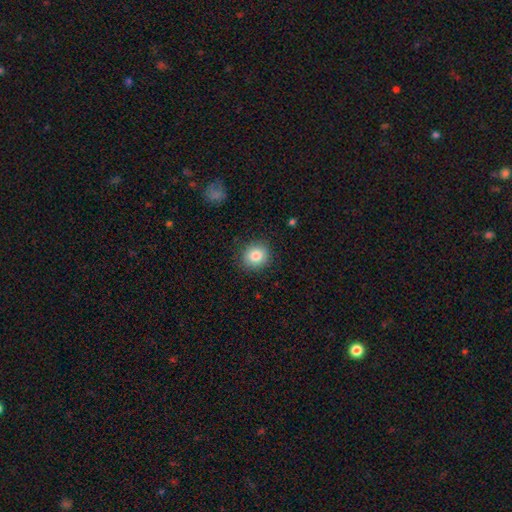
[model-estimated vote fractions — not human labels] A smooth galaxy with no disk features (83%) that is round (81%).

Vote fractions:
- Smooth or featured? smooth: 83% / star or artifact: 9% / featured or disk: 8%
- How rounded? round: 81% / in between: 18% / cigar-shaped: 1%
- Merging? none: 88% / minor disturbance: 9% / major disturbance: 2% / merger: 1%